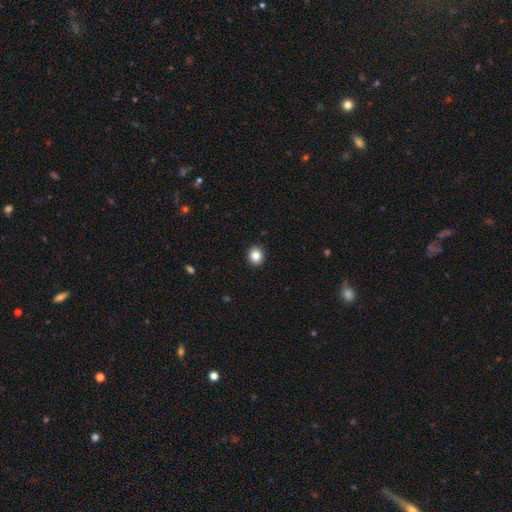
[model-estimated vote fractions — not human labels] This is clearly a smooth galaxy (84%). How rounded: likely round (76%). Merging: clearly none (92%).